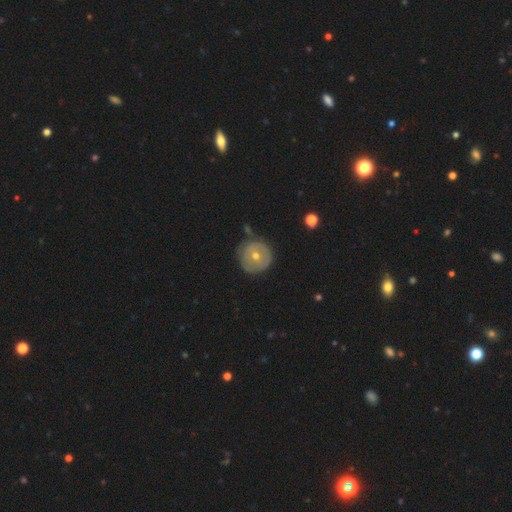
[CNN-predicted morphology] The model was most divided on "smooth or featured": smooth: 47%, featured or disk: 45%, star or artifact: 8%. More confident: merging — none (83%).